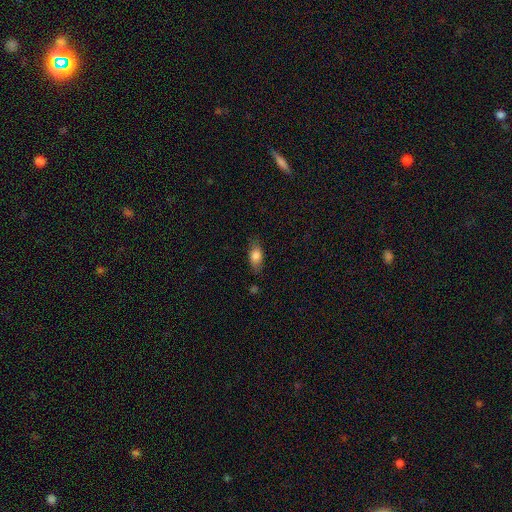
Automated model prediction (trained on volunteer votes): Smooth or featured?
  - smooth: 79% *
  - featured or disk: 14%
  - star or artifact: 7%
How rounded?
  - in between: 83% *
  - cigar-shaped: 11%
  - round: 5%
Merging?
  - none: 77% *
  - minor disturbance: 17%
  - major disturbance: 4%
  - merger: 2%